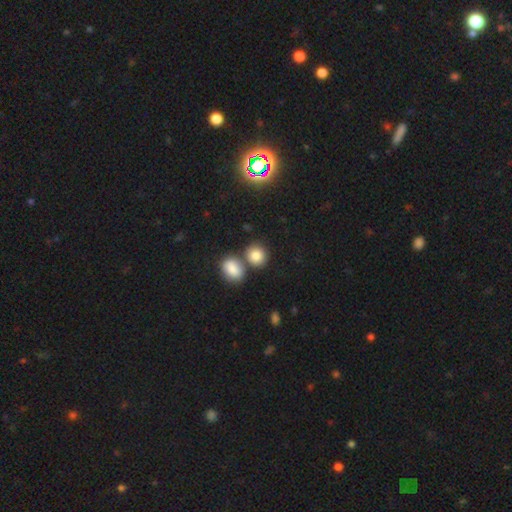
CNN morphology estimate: Smooth or featured? smooth (84%)
How rounded? round (74%)
Merging? none (58%)